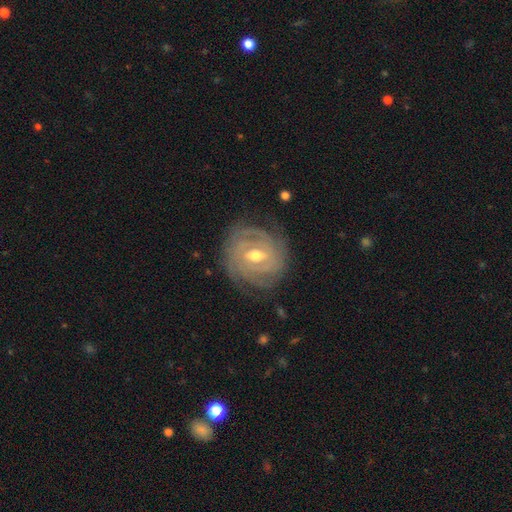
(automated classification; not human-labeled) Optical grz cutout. It shows a featured or disk galaxy (89%) with a weak bar (51%), can't tell (27%, tied with 3) tight (82%) spiral arms (97%) and a moderate central bulge (68%). Merging: none (80%).